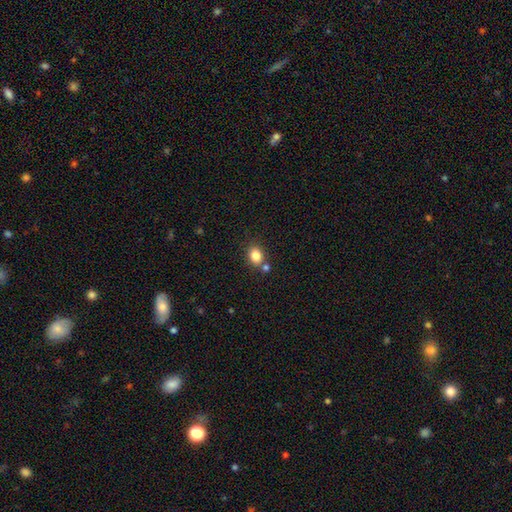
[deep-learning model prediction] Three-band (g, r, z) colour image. It shows a smooth galaxy with no disk features (83%) that is round (50%). Merging: none (70%).